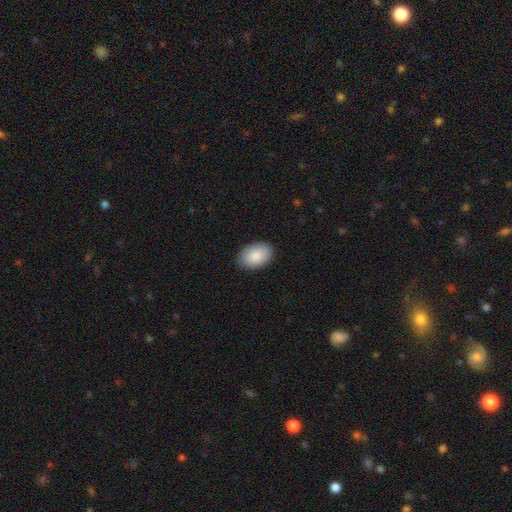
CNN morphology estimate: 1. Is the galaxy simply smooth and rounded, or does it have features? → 88% smooth, 6% featured or disk, 6% star or artifact.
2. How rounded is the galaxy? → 91% in between, 8% round, 1% cigar-shaped.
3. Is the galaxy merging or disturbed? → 87% none, 10% minor disturbance, 2% major disturbance, 1% merger.